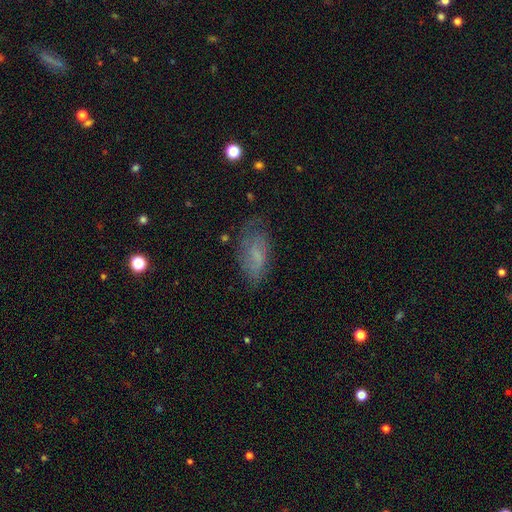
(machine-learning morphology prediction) This appears to be a smooth galaxy with no disk features (51%) that is in between round and cigar-shaped (87%). Merging: none (58%).